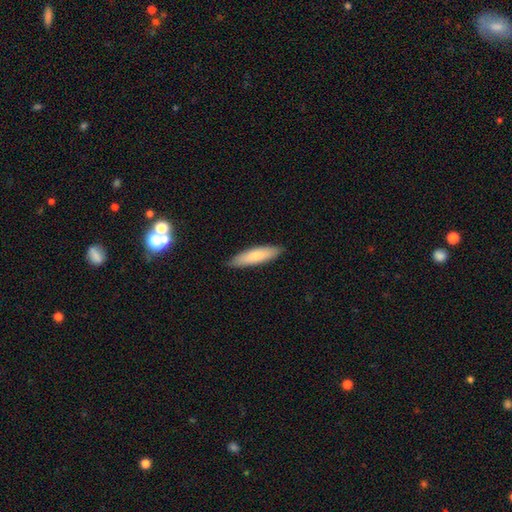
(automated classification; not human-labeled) This appears to be a smooth galaxy with no disk features (76%) that is cigar-shaped (69%). Merging: none (88%).